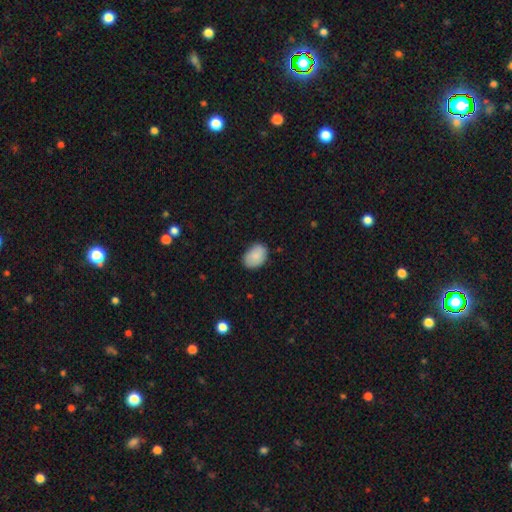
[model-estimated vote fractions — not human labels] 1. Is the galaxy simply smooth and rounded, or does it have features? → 87% smooth, 7% star or artifact, 6% featured or disk.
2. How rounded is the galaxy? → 79% in between, 20% round, 1% cigar-shaped.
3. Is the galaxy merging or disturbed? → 81% none, 15% minor disturbance, 3% major disturbance, 1% merger.